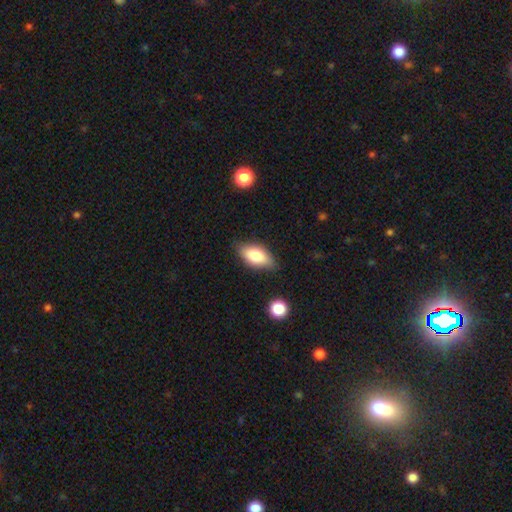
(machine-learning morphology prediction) Smooth or featured?
  - smooth: 77% *
  - featured or disk: 16%
  - star or artifact: 7%
How rounded?
  - in between: 88% *
  - cigar-shaped: 8%
  - round: 3%
Merging?
  - none: 79% *
  - minor disturbance: 16%
  - major disturbance: 3%
  - merger: 2%